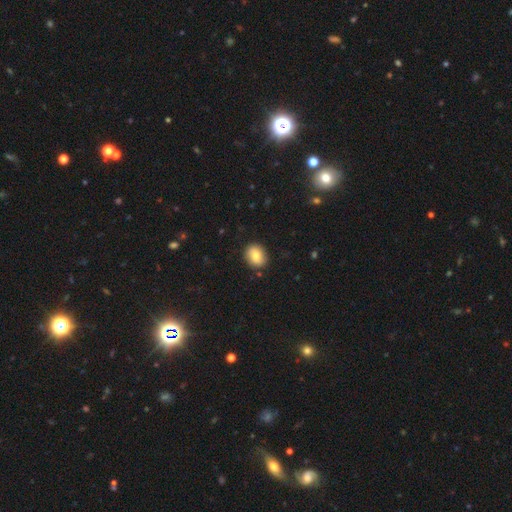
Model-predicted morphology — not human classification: Smooth or featured: smooth — 77% (featured or disk — 15%)
How rounded: round — 57% (in between — 42%)
Merging: none — 85% (minor disturbance — 11%)